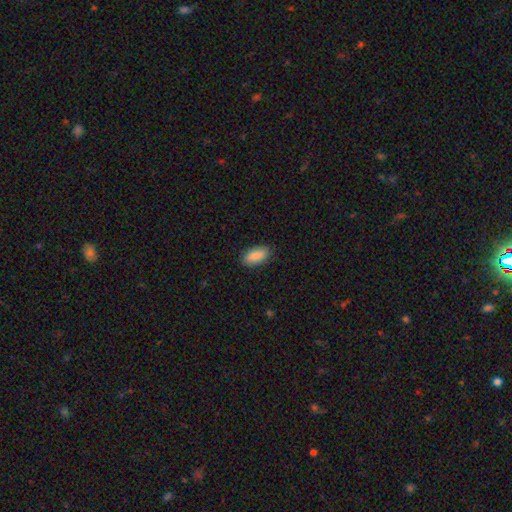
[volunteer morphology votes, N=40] Smooth or featured? 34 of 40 (85%) said smooth. How rounded? 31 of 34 (91%) said in between. Merging? 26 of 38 (68%) said none.